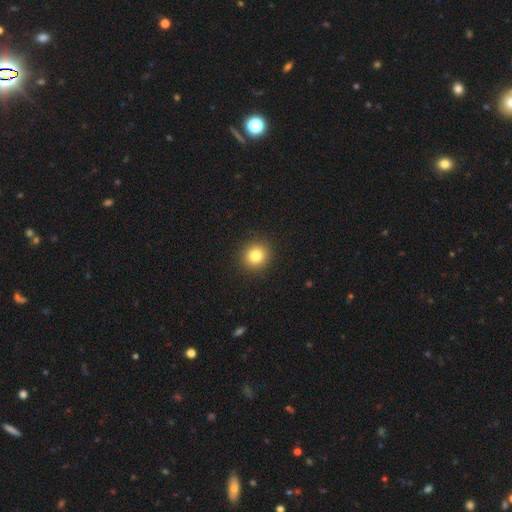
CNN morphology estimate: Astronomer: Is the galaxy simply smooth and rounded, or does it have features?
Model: smooth — 82%.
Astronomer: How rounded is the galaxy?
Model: round — 91%.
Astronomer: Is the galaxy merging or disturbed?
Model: none — 92%.